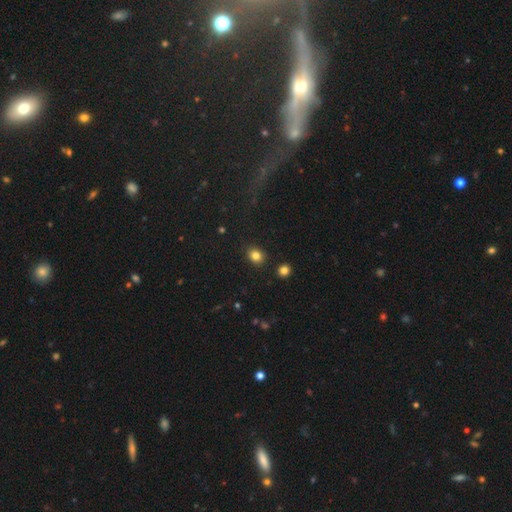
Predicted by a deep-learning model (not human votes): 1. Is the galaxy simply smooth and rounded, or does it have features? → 82% smooth, 12% star or artifact, 5% featured or disk.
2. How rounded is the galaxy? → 61% round, 38% in between, 1% cigar-shaped.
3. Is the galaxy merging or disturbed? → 87% none, 8% minor disturbance, 2% merger, 2% major disturbance.